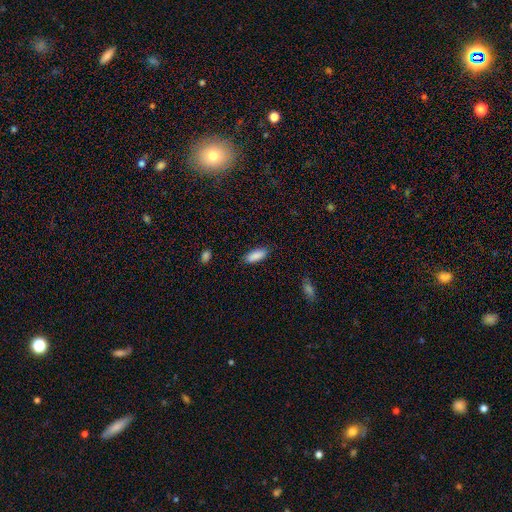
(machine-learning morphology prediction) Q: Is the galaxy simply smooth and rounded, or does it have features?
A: smooth — 88%.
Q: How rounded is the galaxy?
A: in between — 75%.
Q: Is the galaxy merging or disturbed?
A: none — 83%.